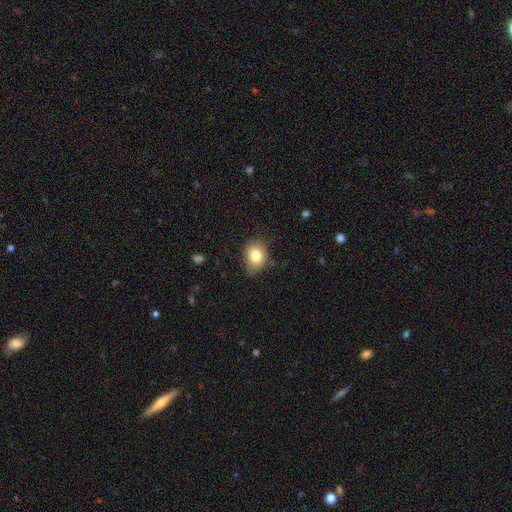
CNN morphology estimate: Overall: smooth (81%). How rounded: in between (51%; round 48%). Merging: none (75%).